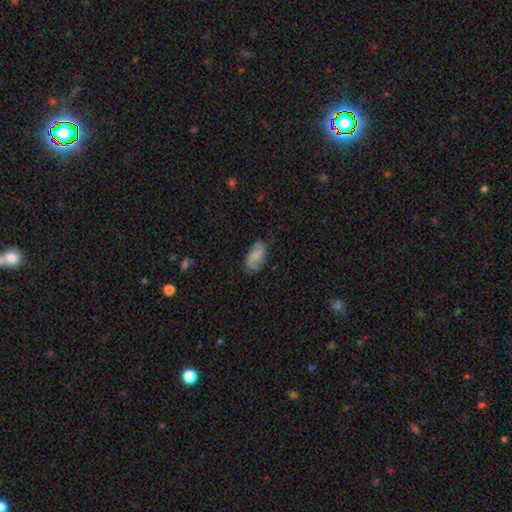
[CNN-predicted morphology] A smooth galaxy with no disk features (62%) that is in between round and cigar-shaped (93%). Merging: none (75%).